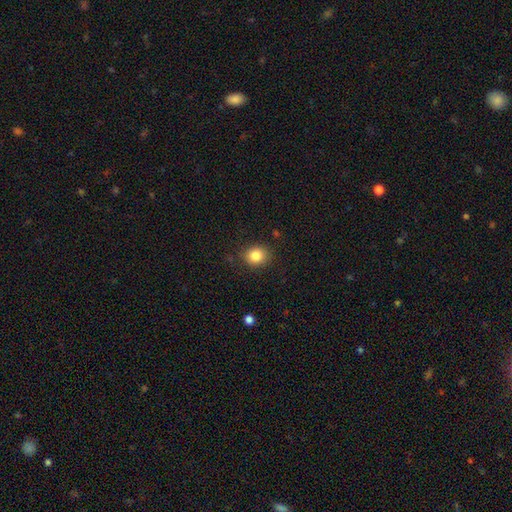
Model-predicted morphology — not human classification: Smooth or featured? Predicted: smooth (p=0.84). How rounded? Predicted: round (p=0.74). Merging? Predicted: none (p=0.86).